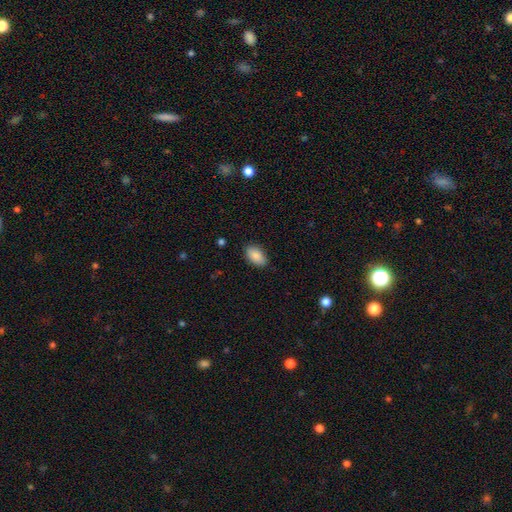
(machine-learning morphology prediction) type=smooth (89%); roundness=in between (94%); merging=none (86%).